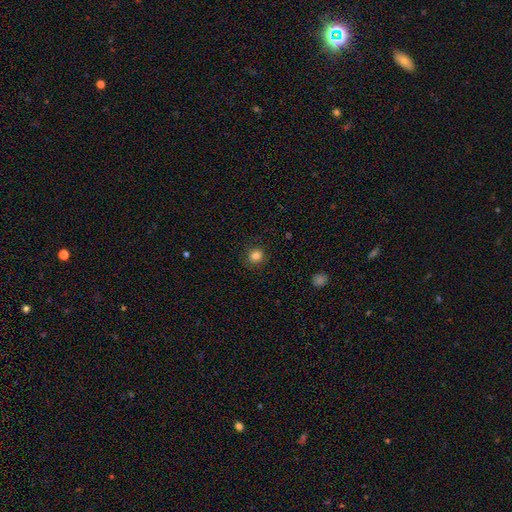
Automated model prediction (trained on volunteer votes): A smooth galaxy with no disk features (84%) that is round (89%).

Vote fractions:
- Smooth or featured? smooth: 84% / star or artifact: 12% / featured or disk: 4%
- How rounded? round: 89% / in between: 10% / cigar-shaped: 1%
- Merging? none: 89% / minor disturbance: 8% / major disturbance: 2% / merger: 1%